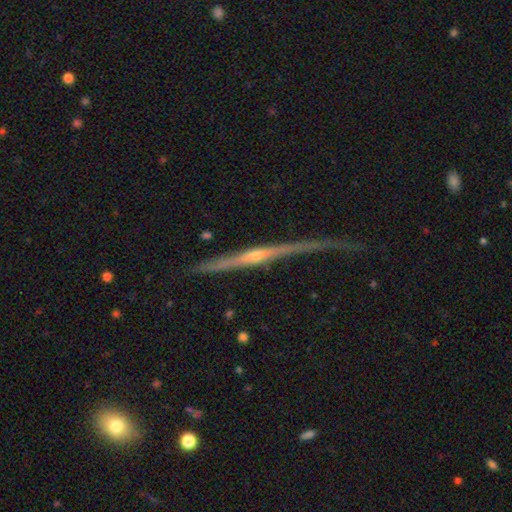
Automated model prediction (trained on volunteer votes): Q: Smooth or featured?
A: featured or disk (78%); runner-up: smooth (15%)
Q: Edge-on disk?
A: yes (96%); runner-up: no (4%)
Q: Edge-on bulge?
A: rounded (67%); runner-up: none (26%)
Q: Merging?
A: none (66%); runner-up: minor disturbance (21%)